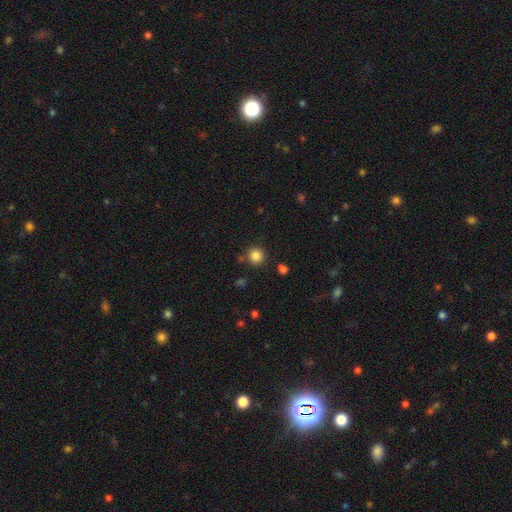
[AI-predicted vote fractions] This is clearly a smooth galaxy (84%). How rounded: clearly round (94%). Merging: clearly none (86%).